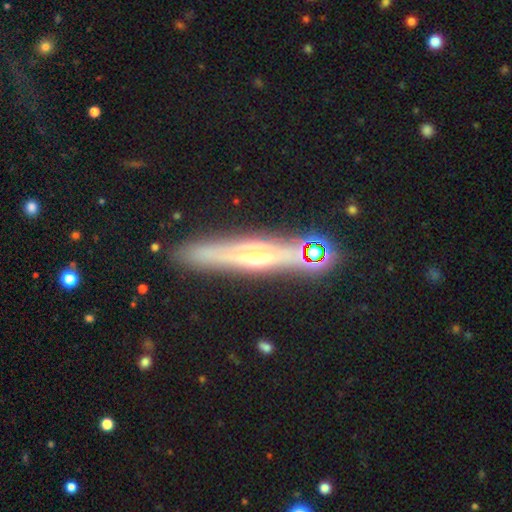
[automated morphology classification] Q: Smooth or featured?
A: featured or disk (68%); runner-up: smooth (20%)
Q: Edge-on disk?
A: yes (86%); runner-up: no (14%)
Q: Edge-on bulge?
A: rounded (77%); runner-up: none (17%)
Q: Merging?
A: none (85%); runner-up: minor disturbance (9%)